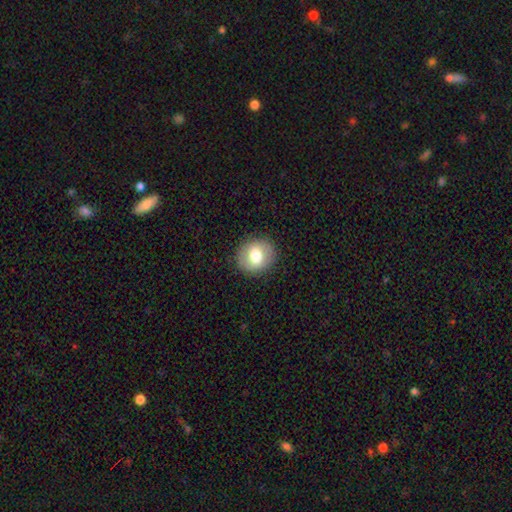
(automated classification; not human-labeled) Smooth or featured?
  - smooth: 69% *
  - featured or disk: 23%
  - star or artifact: 8%
How rounded?
  - round: 76% *
  - in between: 23%
  - cigar-shaped: 1%
Merging?
  - none: 88% *
  - minor disturbance: 8%
  - major disturbance: 3%
  - merger: 1%